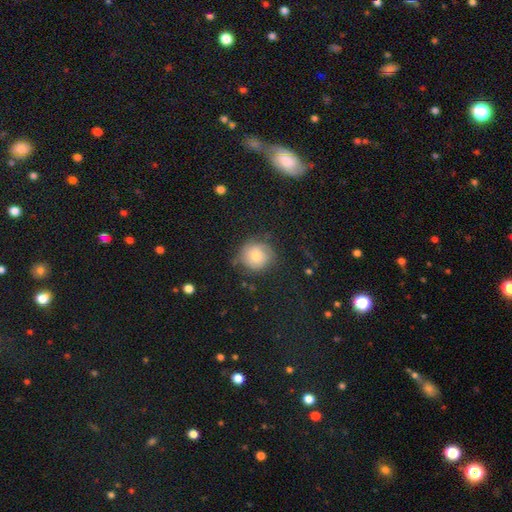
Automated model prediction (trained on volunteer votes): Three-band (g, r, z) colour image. It shows a smooth galaxy with no disk features (68%) that is round (89%). Merging: none (70%).